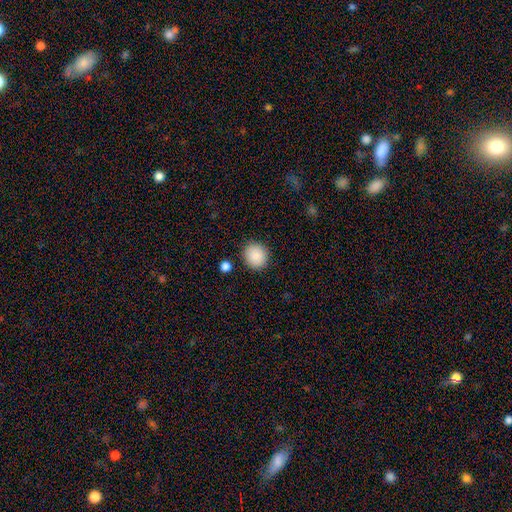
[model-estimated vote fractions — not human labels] This is clearly a smooth galaxy (89%). How rounded: clearly round (89%). Merging: clearly none (89%).